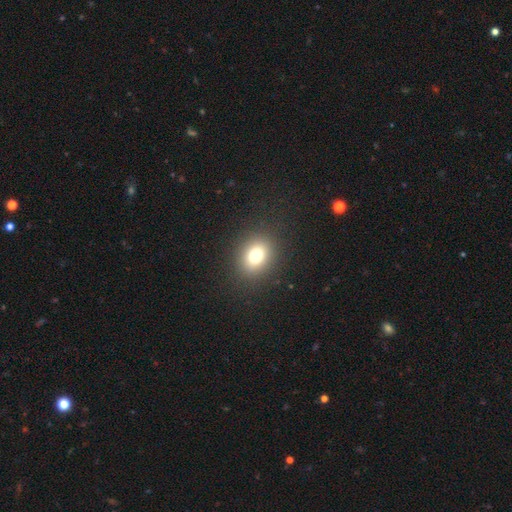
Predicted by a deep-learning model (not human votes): Q: Smooth or featured?
A: smooth (75%); runner-up: star or artifact (14%)
Q: How rounded?
A: round (55%); runner-up: in between (45%)
Q: Merging?
A: none (88%); runner-up: minor disturbance (7%)